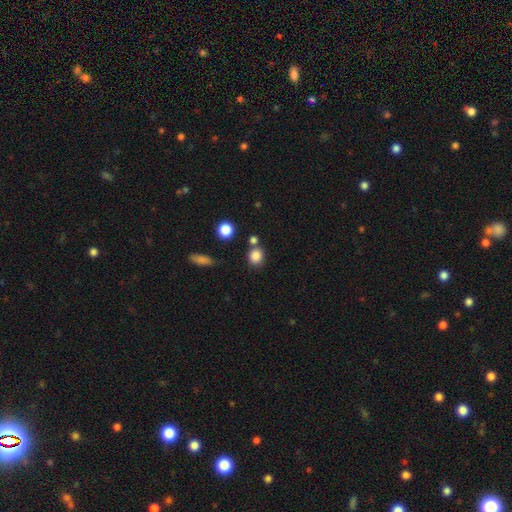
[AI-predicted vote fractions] The model was most divided on "how rounded": round: 74%, in between: 25%, cigar-shaped: 1%. More confident: smooth or featured — smooth (85%); merging — none (70%).